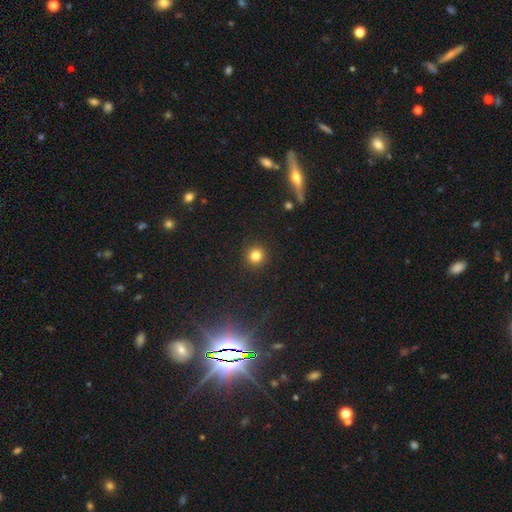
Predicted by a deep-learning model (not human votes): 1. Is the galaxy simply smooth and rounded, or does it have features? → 82% smooth, 13% star or artifact, 5% featured or disk.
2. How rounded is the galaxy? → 94% round, 5% in between, 1% cigar-shaped.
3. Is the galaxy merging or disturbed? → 92% none, 5% minor disturbance, 2% major disturbance, 1% merger.